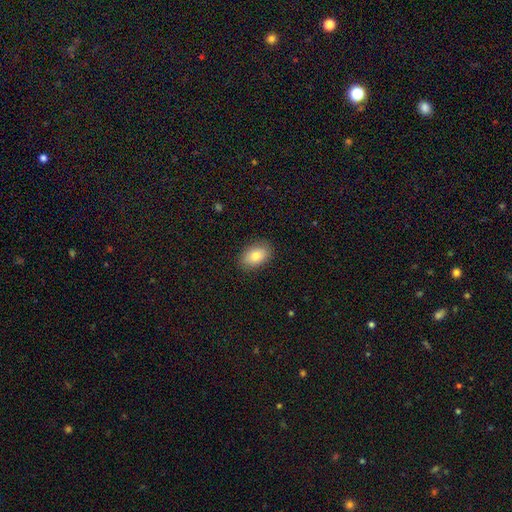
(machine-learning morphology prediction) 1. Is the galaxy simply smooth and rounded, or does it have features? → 81% smooth, 11% featured or disk, 8% star or artifact.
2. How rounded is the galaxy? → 86% in between, 12% round, 1% cigar-shaped.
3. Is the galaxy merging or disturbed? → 88% none, 8% minor disturbance, 2% major disturbance, 1% merger.